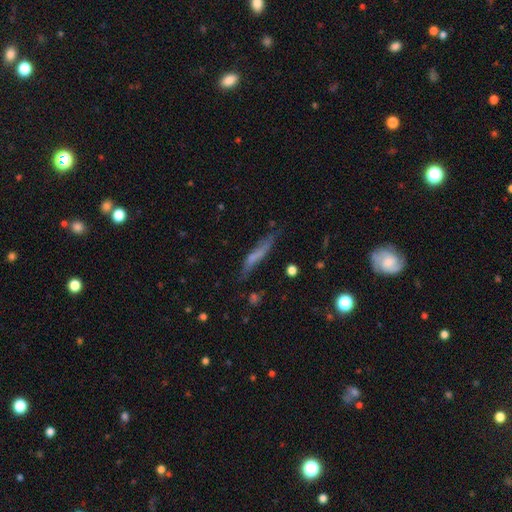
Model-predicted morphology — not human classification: The model was most divided on "smooth or featured": smooth: 56%, featured or disk: 35%, star or artifact: 9%. More confident: how rounded — cigar-shaped (87%); merging — none (59%).